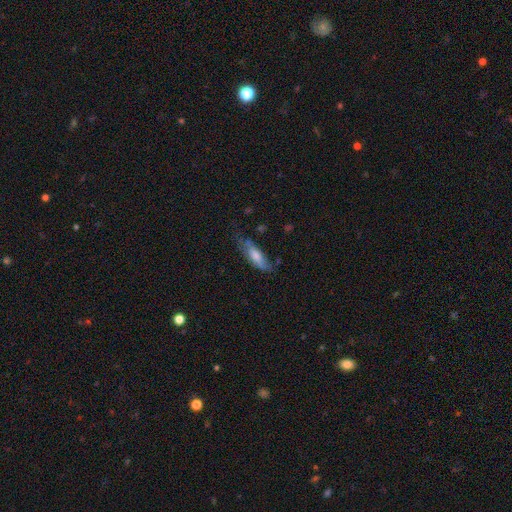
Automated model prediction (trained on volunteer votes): This is likely a smooth galaxy (67%). How rounded: possibly in between (54%). Merging: possibly none (51%).